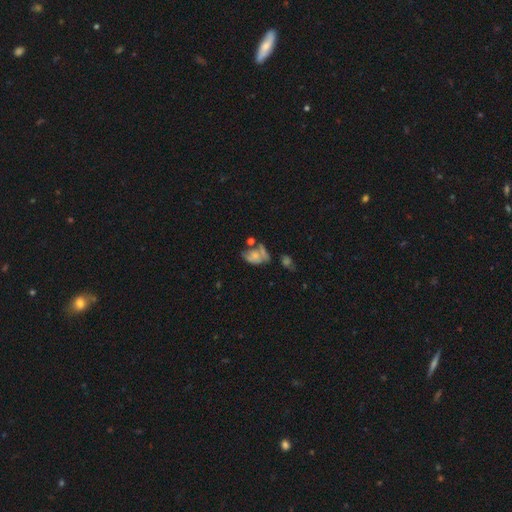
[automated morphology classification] A smooth galaxy with no disk features (51%) that is in between round and cigar-shaped (79%).

Vote fractions:
- Smooth or featured? smooth: 51% / featured or disk: 37% / star or artifact: 12%
- How rounded? in between: 79% / round: 18% / cigar-shaped: 2%
- Merging? merger: 31% / none: 27% / minor disturbance: 21% / major disturbance: 21%